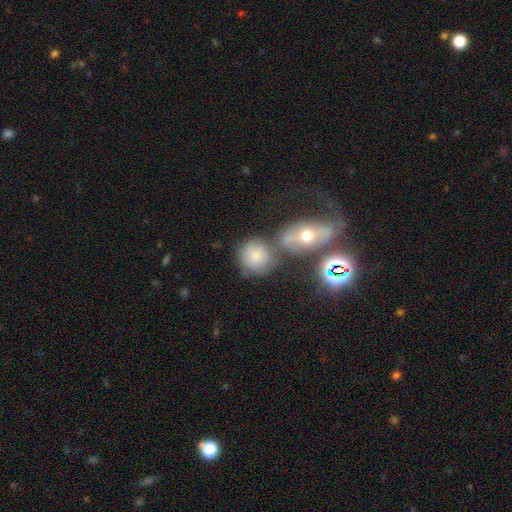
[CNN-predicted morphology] A smooth galaxy with no disk features (76%) that is round (82%). Merging: none (50%).